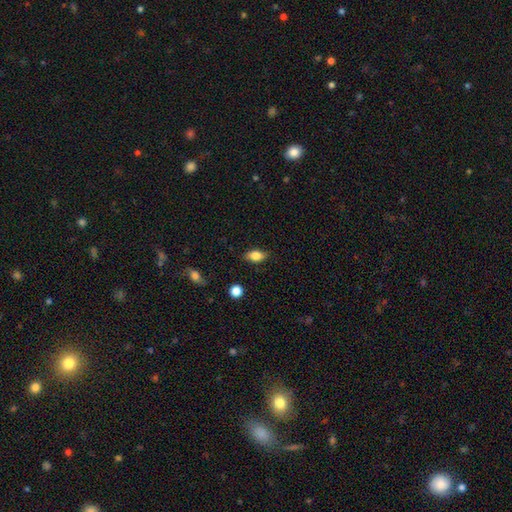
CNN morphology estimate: smooth_or_featured: smooth (p=0.81) [alt: featured or disk p=0.11]
how_rounded: in between (p=0.85) [alt: round p=0.10]
merging: none (p=0.83) [alt: minor disturbance p=0.12]